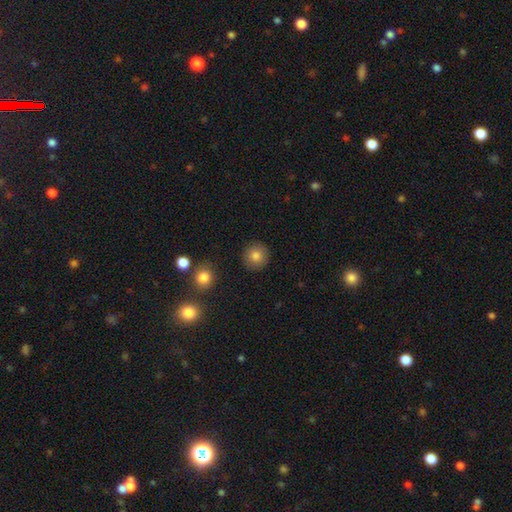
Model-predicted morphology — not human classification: Overall: smooth (83%). How rounded: round (93%). Merging: none (90%).